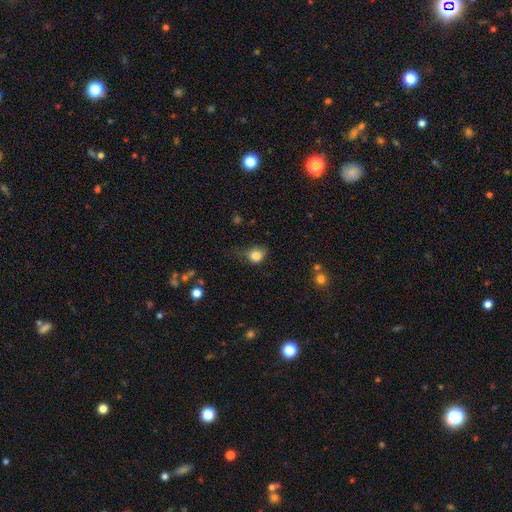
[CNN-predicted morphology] Smooth or featured? Predicted: smooth (p=0.83). How rounded? Predicted: round (p=0.63). Merging? Predicted: none (p=0.47).